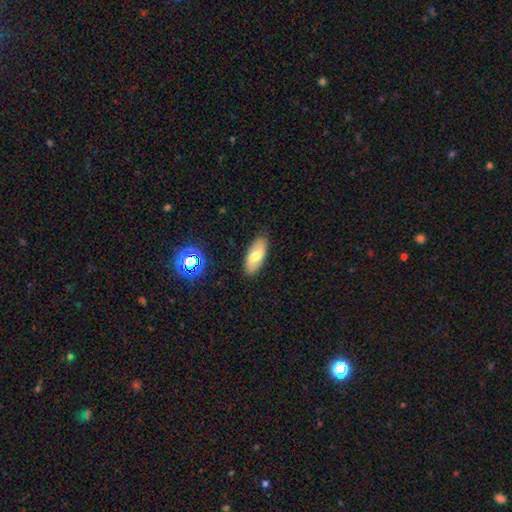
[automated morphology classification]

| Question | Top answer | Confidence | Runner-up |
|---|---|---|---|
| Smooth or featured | smooth | 65% | featured or disk (27%) |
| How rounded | in between | 85% | cigar-shaped (12%) |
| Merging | none | 87% | minor disturbance (10%) |